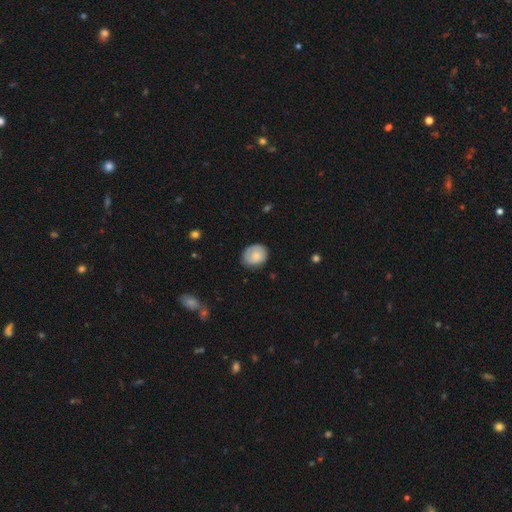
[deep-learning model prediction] This appears to be a smooth galaxy with no disk features (69%) that is round (61%). Merging: none (73%).